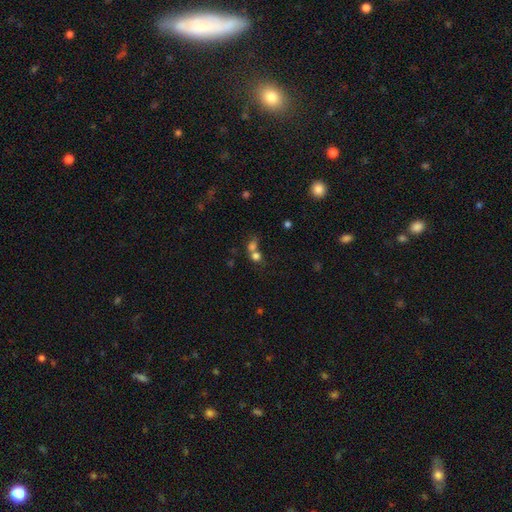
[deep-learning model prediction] The model was most divided on "merging": merger: 54%, none: 34%, minor disturbance: 7%, major disturbance: 5%. More confident: smooth or featured — smooth (72%); how rounded — round (71%).